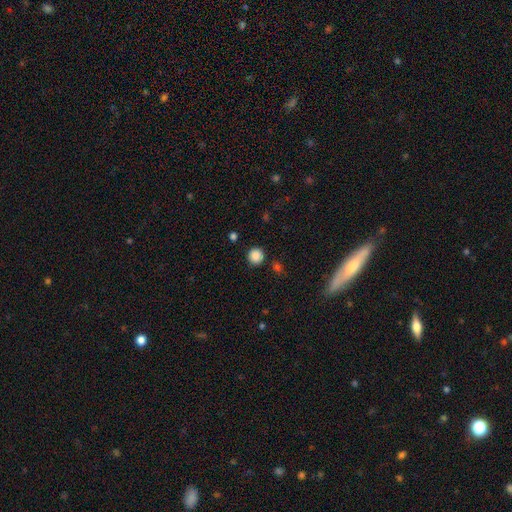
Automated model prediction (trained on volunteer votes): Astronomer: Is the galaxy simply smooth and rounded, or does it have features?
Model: smooth — 87%.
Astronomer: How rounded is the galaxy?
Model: round — 95%.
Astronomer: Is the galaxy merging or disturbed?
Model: none — 89%.